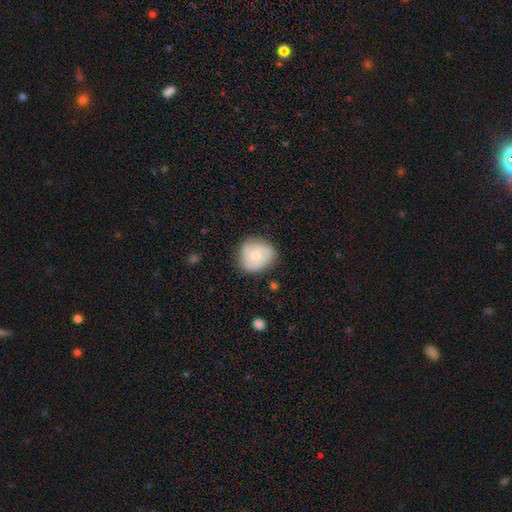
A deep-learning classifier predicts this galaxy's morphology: Q: Smooth or featured?
A: smooth (54%); runner-up: featured or disk (39%)
Q: How rounded?
A: round (82%); runner-up: in between (17%)
Q: Merging?
A: none (72%); runner-up: minor disturbance (21%)